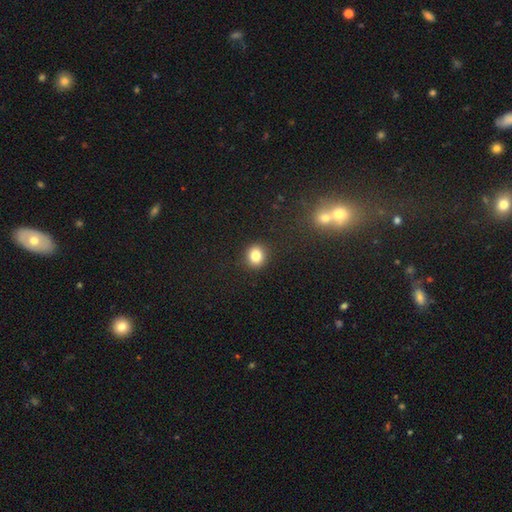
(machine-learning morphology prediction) Overall: smooth (82%). How rounded: round (78%). Merging: none (91%).